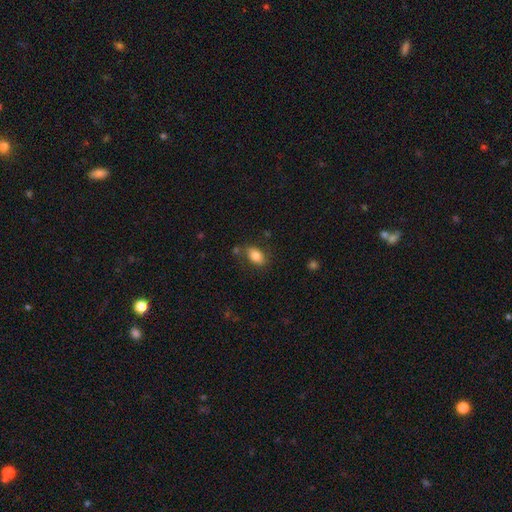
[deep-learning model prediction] Overall: smooth (81%). How rounded: in between (88%). Merging: none (73%).